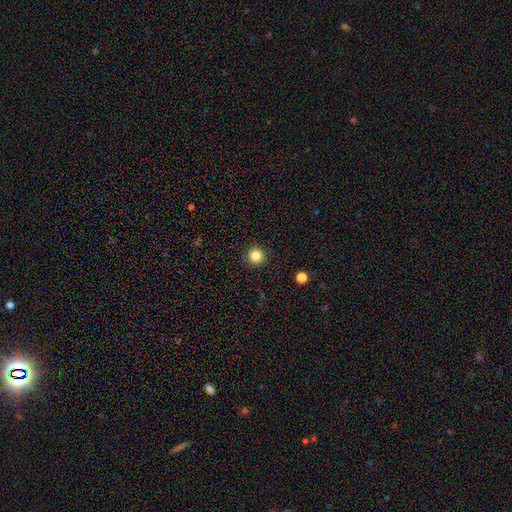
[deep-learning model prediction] Q: Smooth or featured?
A: smooth (84%); runner-up: star or artifact (11%)
Q: How rounded?
A: round (96%); runner-up: in between (3%)
Q: Merging?
A: none (93%); runner-up: minor disturbance (5%)